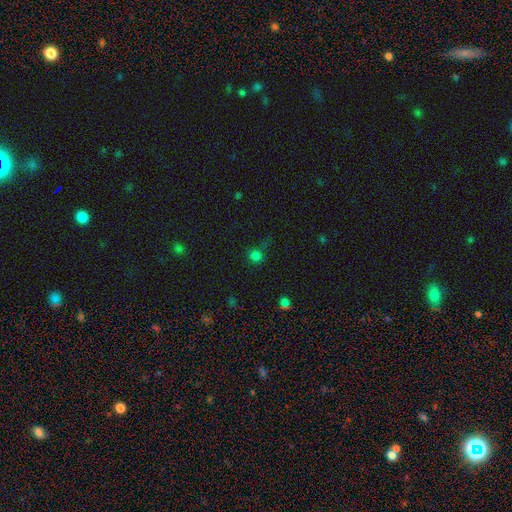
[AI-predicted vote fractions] Morphology: type=smooth (70%); roundness=round (86%); merging=none (67%).